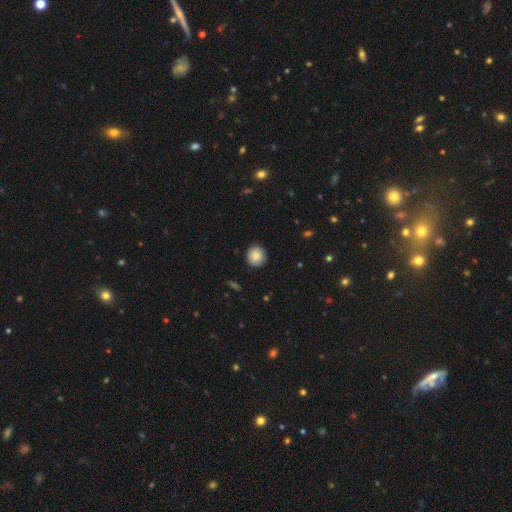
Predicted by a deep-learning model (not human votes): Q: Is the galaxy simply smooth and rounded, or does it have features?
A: smooth — 86%.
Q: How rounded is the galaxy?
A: round — 92%.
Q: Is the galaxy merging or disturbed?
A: none — 90%.